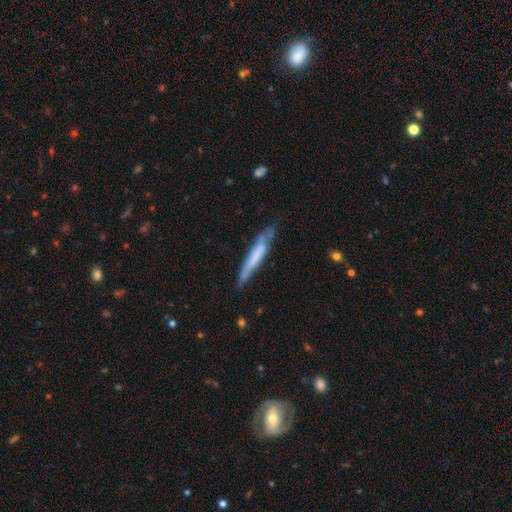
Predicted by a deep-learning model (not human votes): smooth-or-featured: smooth: 50% | featured or disk: 43% | star or artifact: 6%
  how-rounded: cigar-shaped: 91% | in between: 7% | round: 1%
  merging: none: 61% | minor disturbance: 28% | major disturbance: 8% | merger: 3%